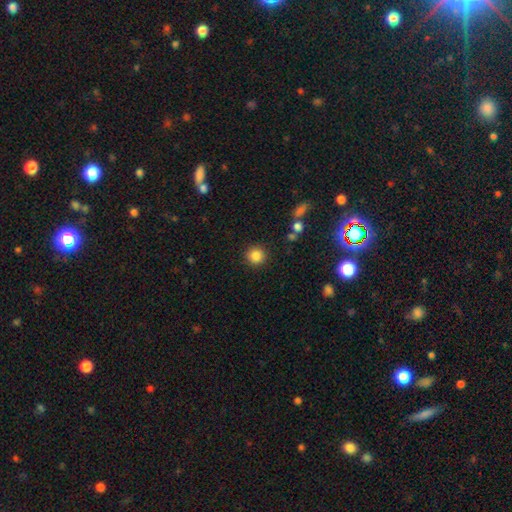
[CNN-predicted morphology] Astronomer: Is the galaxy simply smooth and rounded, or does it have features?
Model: smooth — 85%.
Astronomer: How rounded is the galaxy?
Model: round — 93%.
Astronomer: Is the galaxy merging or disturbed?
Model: none — 90%.